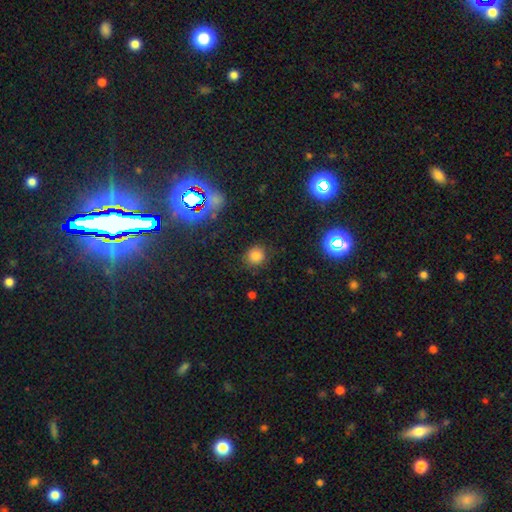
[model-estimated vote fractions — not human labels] smooth 77%, star or artifact 18%, featured or disk 5%. Down the decision tree: how rounded — round (87%); merging — none (85%).